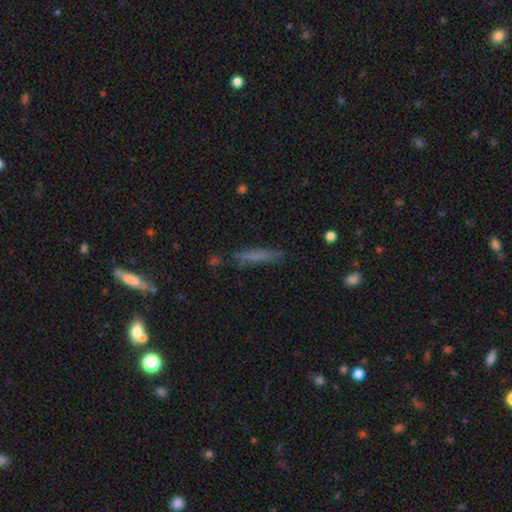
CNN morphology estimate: Overall: smooth (65%). How rounded: cigar-shaped (92%). Merging: none (79%).